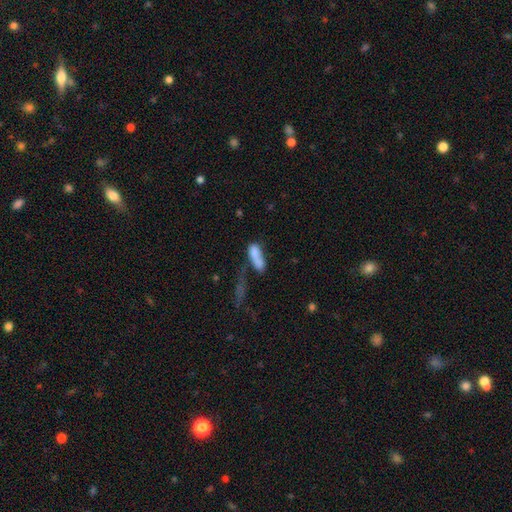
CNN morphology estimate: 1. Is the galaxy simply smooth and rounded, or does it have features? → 75% smooth, 16% featured or disk, 10% star or artifact.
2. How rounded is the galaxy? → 67% in between, 28% cigar-shaped, 4% round.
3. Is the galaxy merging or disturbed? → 32% merger, 25% none, 24% major disturbance, 20% minor disturbance.